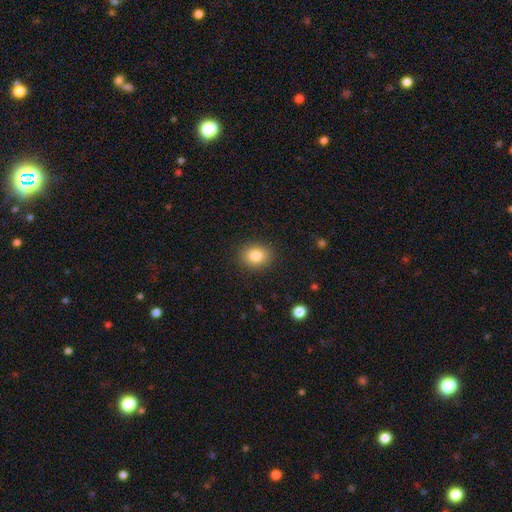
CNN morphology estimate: The model was most divided on "how rounded": round: 51%, in between: 49%, cigar-shaped: 1%. More confident: merging — none (89%); smooth or featured — smooth (84%).